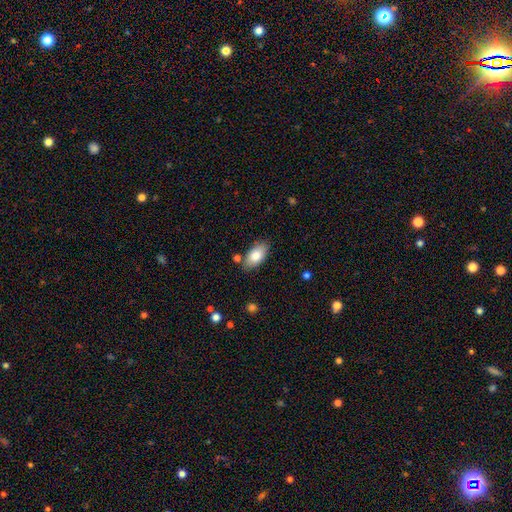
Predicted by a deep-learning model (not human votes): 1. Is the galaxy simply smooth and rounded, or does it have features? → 83% smooth, 10% featured or disk, 6% star or artifact.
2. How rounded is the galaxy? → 94% in between, 3% cigar-shaped, 3% round.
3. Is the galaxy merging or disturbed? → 80% none, 13% minor disturbance, 4% merger, 3% major disturbance.